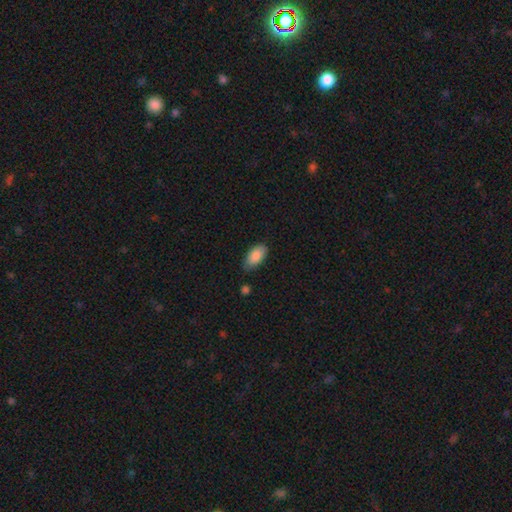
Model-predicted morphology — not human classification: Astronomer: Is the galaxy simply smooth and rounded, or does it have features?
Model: smooth — 86%.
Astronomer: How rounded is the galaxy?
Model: in between — 93%.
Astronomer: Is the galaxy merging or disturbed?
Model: none — 73%.